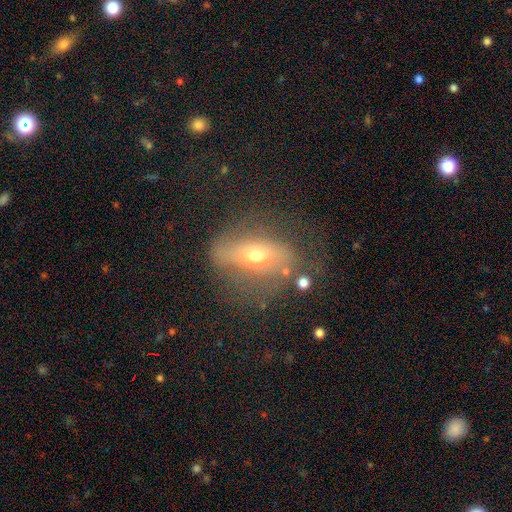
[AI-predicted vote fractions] This is possibly a featured or disk galaxy (56%). It is likely not viewed edge-on (79%). Merging: possibly none (56%).